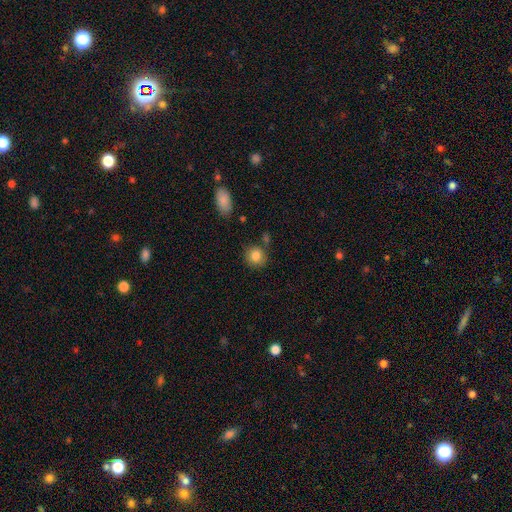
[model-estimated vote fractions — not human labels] A smooth galaxy with no disk features (84%) that is round (86%).

Vote fractions:
- Smooth or featured? smooth: 84% / star or artifact: 9% / featured or disk: 7%
- How rounded? round: 86% / in between: 13% / cigar-shaped: 1%
- Merging? none: 78% / minor disturbance: 12% / merger: 7% / major disturbance: 3%